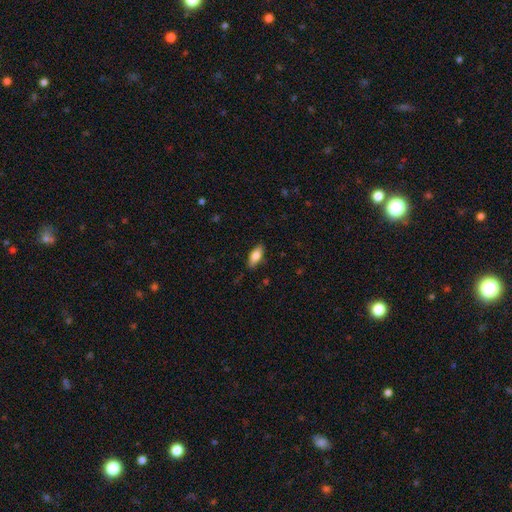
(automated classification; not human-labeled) Overall: smooth (79%). How rounded: in between (80%). Merging: none (84%).